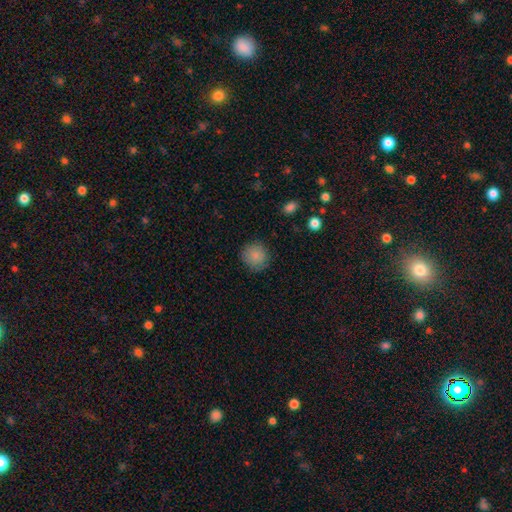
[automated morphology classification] The model was most divided on "merging": none: 84%, minor disturbance: 12%, major disturbance: 3%, merger: 1%. More confident: how rounded — round (92%); smooth or featured — smooth (86%).